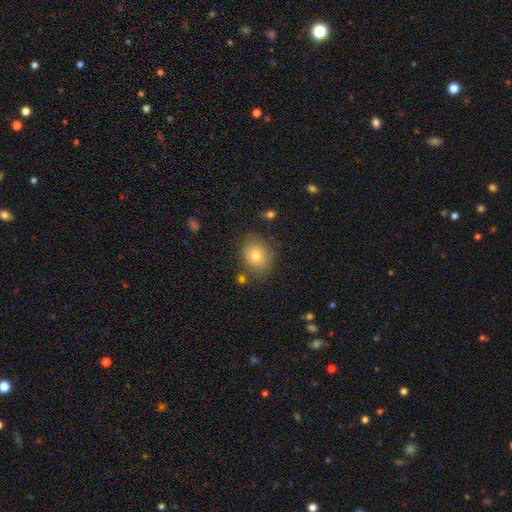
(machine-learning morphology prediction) Smooth or featured: smooth — 76% (featured or disk — 13%)
How rounded: round — 62% (in between — 37%)
Merging: none — 78% (minor disturbance — 14%)